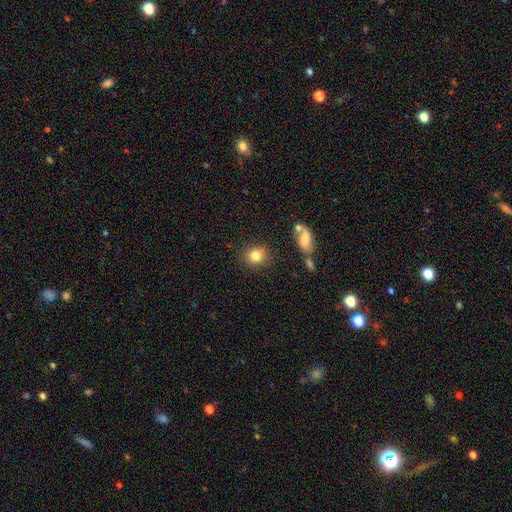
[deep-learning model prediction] A smooth galaxy with no disk features (82%) that is round (75%).

Vote fractions:
- Smooth or featured? smooth: 82% / star or artifact: 10% / featured or disk: 8%
- How rounded? round: 75% / in between: 24% / cigar-shaped: 1%
- Merging? none: 82% / minor disturbance: 11% / merger: 4% / major disturbance: 3%